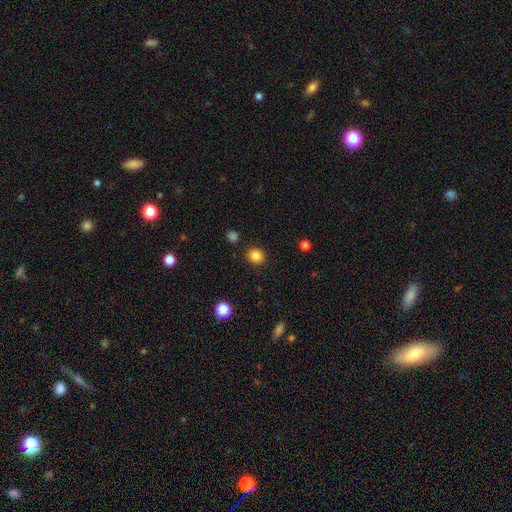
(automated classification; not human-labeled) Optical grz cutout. It shows a smooth galaxy with no disk features (85%) that is round (74%). Merging: none (88%).